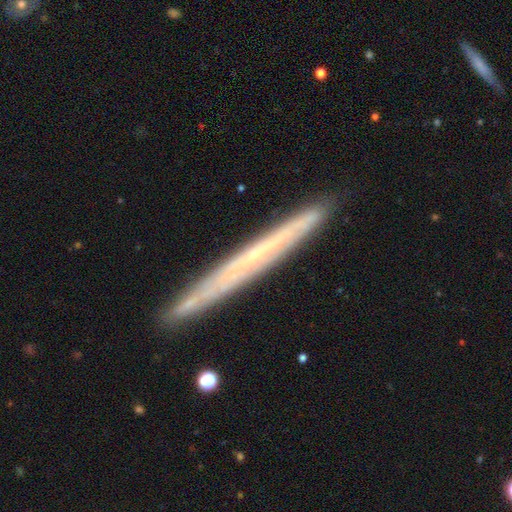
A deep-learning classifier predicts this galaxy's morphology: The model was most divided on "smooth or featured": featured or disk: 62%, smooth: 31%, star or artifact: 7%. More confident: edge-on disk — yes (94%); merging — none (89%); edge-on bulge — none (85%).